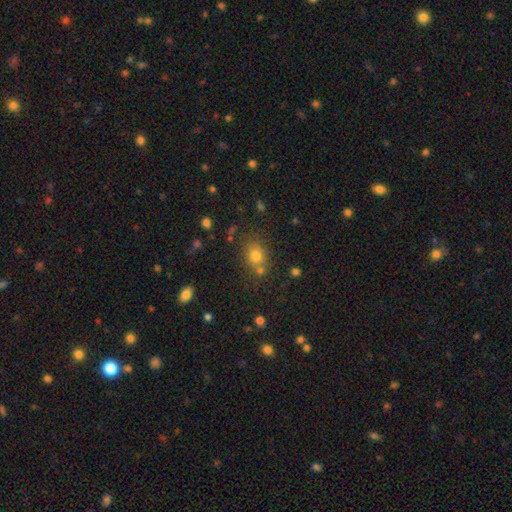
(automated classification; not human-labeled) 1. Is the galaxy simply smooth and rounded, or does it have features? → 73% smooth, 17% star or artifact, 10% featured or disk.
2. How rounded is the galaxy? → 58% round, 40% in between, 1% cigar-shaped.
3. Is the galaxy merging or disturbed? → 69% none, 15% merger, 12% minor disturbance, 4% major disturbance.